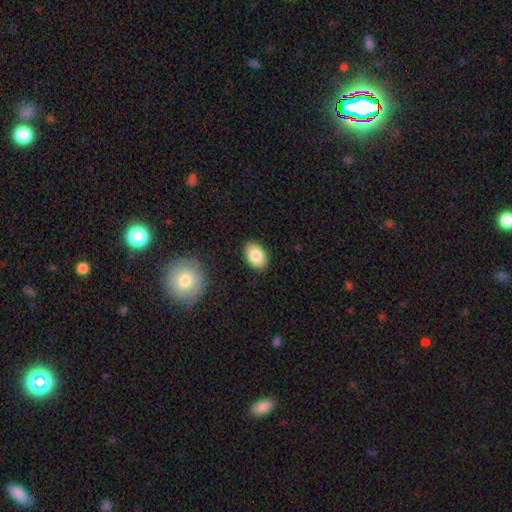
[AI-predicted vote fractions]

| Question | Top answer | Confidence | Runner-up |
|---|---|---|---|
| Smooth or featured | smooth | 85% | featured or disk (8%) |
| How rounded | in between | 86% | round (12%) |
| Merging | none | 87% | minor disturbance (9%) |